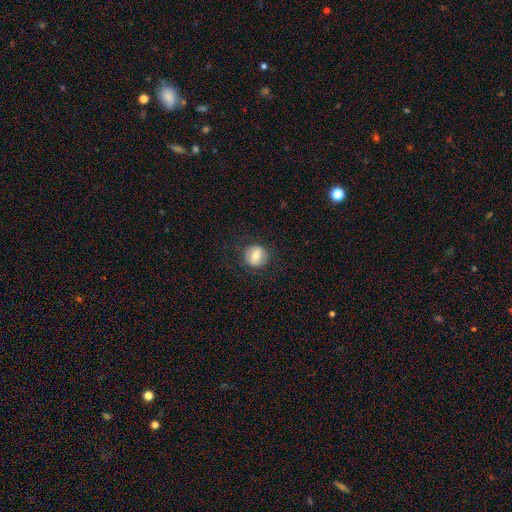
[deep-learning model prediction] smooth_or_featured: smooth (p=0.63) [alt: featured or disk p=0.28]
how_rounded: round (p=0.87) [alt: in between p=0.12]
merging: none (p=0.84) [alt: minor disturbance p=0.10]